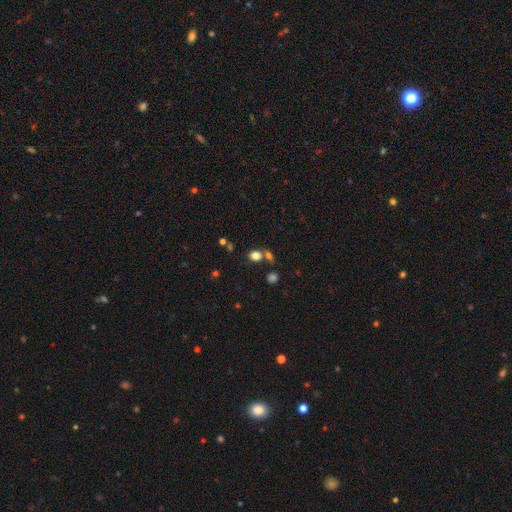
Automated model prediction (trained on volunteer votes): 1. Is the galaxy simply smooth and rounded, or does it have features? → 78% smooth, 14% star or artifact, 8% featured or disk.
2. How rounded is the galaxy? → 54% in between, 45% round, 1% cigar-shaped.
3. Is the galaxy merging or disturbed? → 59% none, 25% merger, 11% minor disturbance, 5% major disturbance.